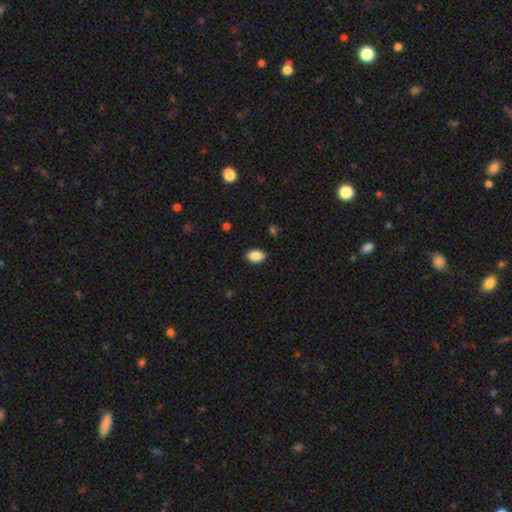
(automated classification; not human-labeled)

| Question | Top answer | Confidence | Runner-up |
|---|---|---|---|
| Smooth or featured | smooth | 88% | star or artifact (8%) |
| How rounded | in between | 86% | round (13%) |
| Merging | none | 89% | minor disturbance (8%) |